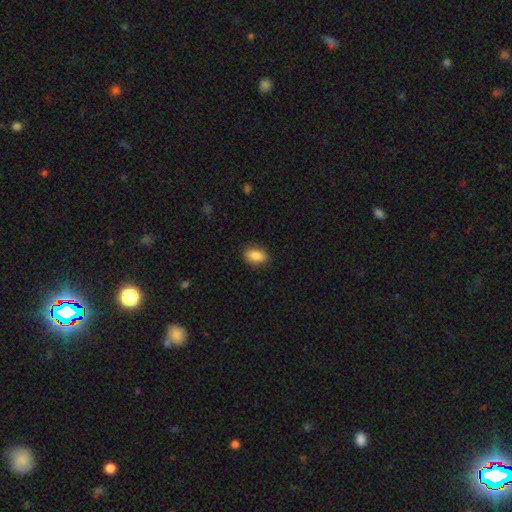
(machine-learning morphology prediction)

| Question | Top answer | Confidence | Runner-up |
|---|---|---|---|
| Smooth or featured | smooth | 88% | star or artifact (8%) |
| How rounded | in between | 87% | round (10%) |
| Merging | none | 86% | minor disturbance (10%) |